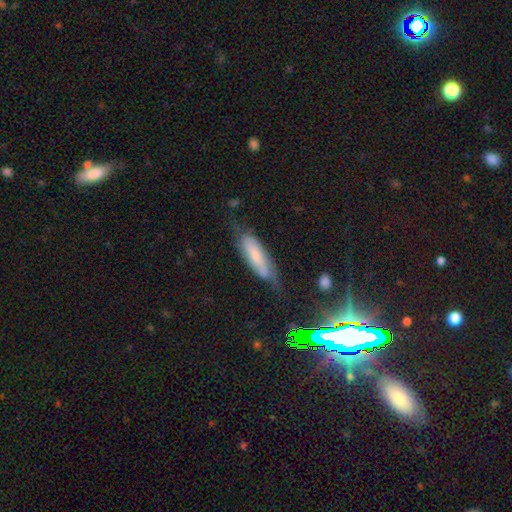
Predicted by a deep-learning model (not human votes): Overall: smooth (55%; featured or disk 33%). How rounded: cigar-shaped (54%; in between 44%). Merging: none (57%; minor disturbance 29%).